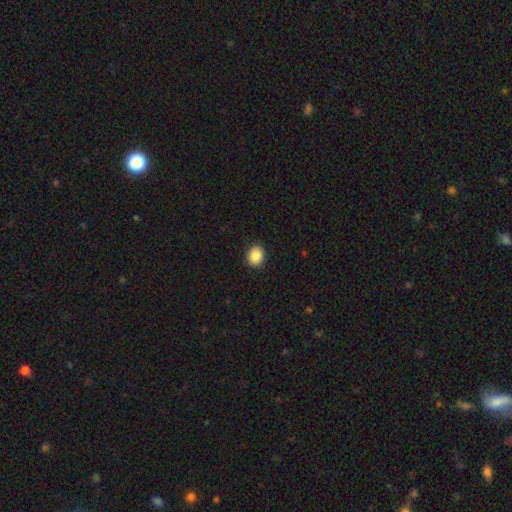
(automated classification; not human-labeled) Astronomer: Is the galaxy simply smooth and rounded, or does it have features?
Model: smooth — 87%.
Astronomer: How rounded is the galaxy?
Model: round — 59% (runner-up: in between, 41%).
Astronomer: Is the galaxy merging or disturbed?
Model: none — 91%.